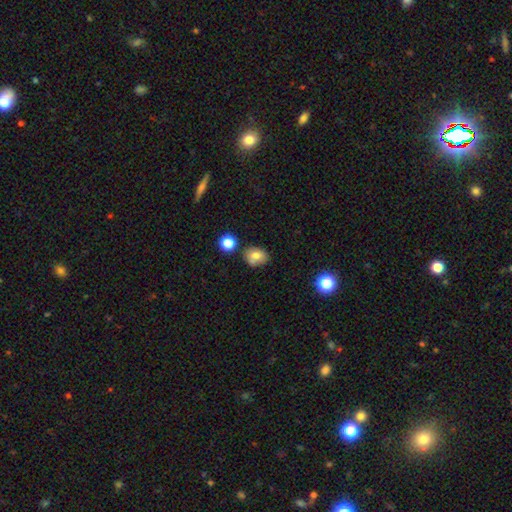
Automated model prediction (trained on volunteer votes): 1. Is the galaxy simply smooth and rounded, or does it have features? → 75% smooth, 13% featured or disk, 11% star or artifact.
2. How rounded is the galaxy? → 52% in between, 47% round, 1% cigar-shaped.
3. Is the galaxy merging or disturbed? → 65% none, 19% minor disturbance, 12% merger, 4% major disturbance.